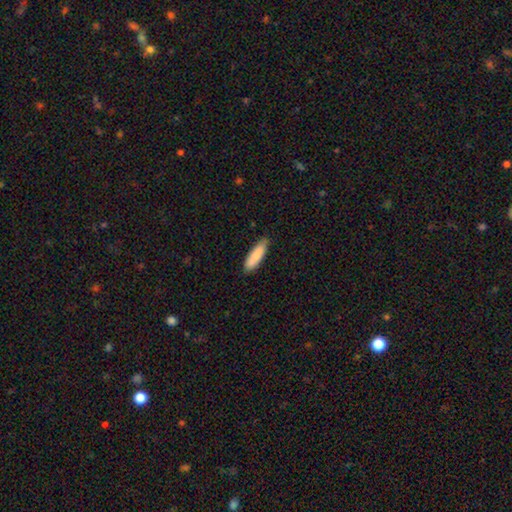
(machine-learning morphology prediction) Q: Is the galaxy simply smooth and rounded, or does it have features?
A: smooth — 87%.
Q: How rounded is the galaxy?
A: cigar-shaped — 58%.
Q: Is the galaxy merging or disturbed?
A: none — 83%.